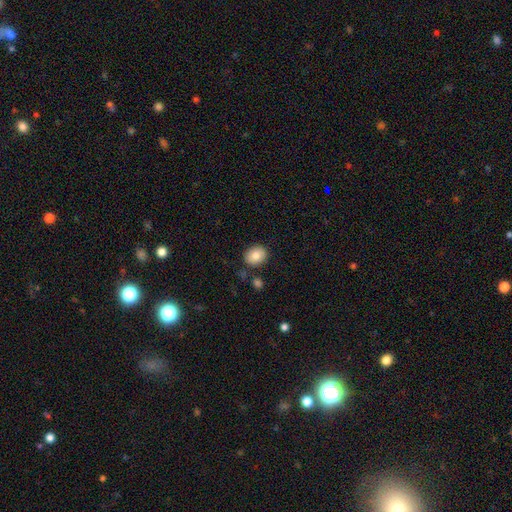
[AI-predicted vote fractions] smooth 84%, star or artifact 8%, featured or disk 8%. Down the decision tree: how rounded — round (57%); merging — none (85%).